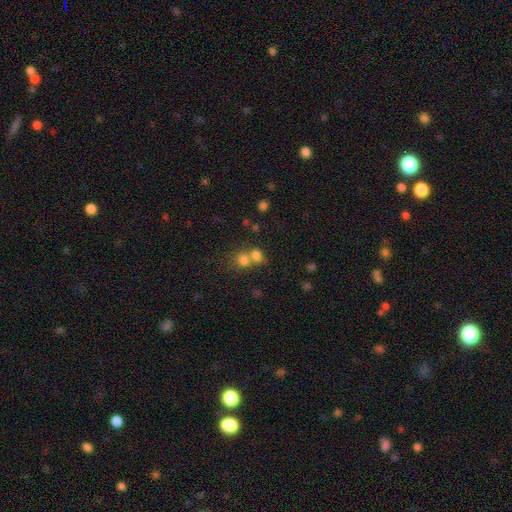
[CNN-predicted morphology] smooth-or-featured: smooth: 75% | star or artifact: 14% | featured or disk: 11%
  how-rounded: round: 58% | in between: 41% | cigar-shaped: 1%
  merging: merger: 55% | none: 34% | minor disturbance: 7% | major disturbance: 4%